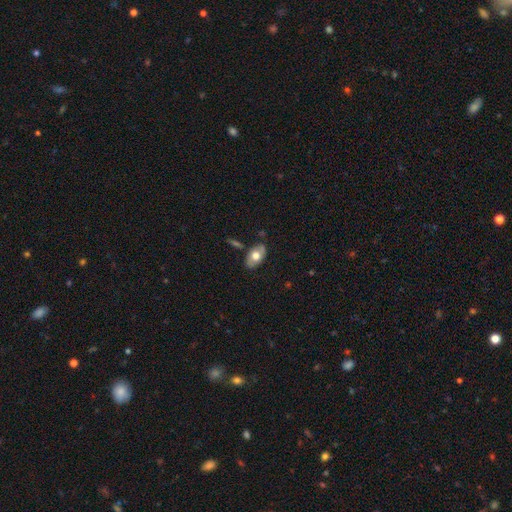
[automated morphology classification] smooth_or_featured: smooth (p=0.59) [alt: featured or disk p=0.35]
how_rounded: in between (p=0.92) [alt: round p=0.06]
merging: none (p=0.77) [alt: minor disturbance p=0.16]